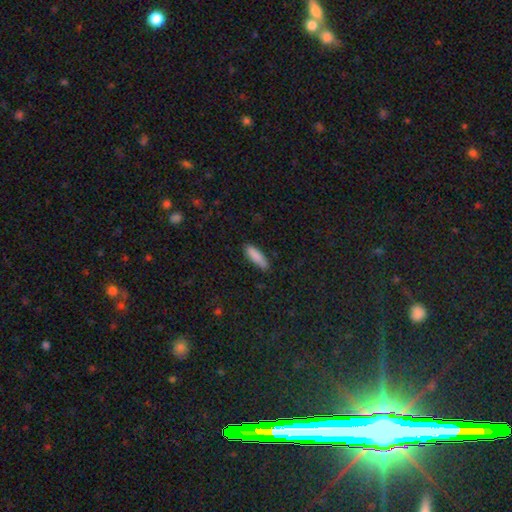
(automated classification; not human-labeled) A smooth galaxy with no disk features (88%) that is cigar-shaped (55%).

Vote fractions:
- Smooth or featured? smooth: 88% / star or artifact: 6% / featured or disk: 6%
- How rounded? cigar-shaped: 55% / in between: 43% / round: 2%
- Merging? none: 85% / minor disturbance: 12% / major disturbance: 2% / merger: 1%